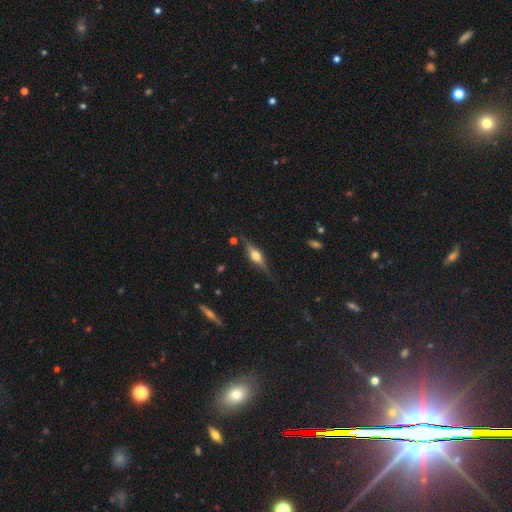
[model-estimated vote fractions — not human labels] Smooth or featured: featured or disk — 78% (smooth — 15%)
Edge-on disk: yes — 97% (no — 3%)
Edge-on bulge: rounded — 92% (boxy — 6%)
Merging: none — 84% (minor disturbance — 11%)